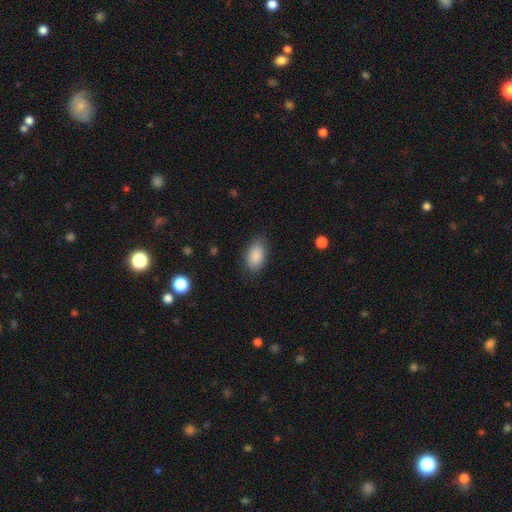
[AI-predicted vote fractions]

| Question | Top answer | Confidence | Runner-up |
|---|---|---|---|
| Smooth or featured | smooth | 89% | star or artifact (7%) |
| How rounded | in between | 93% | round (5%) |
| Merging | none | 82% | minor disturbance (13%) |